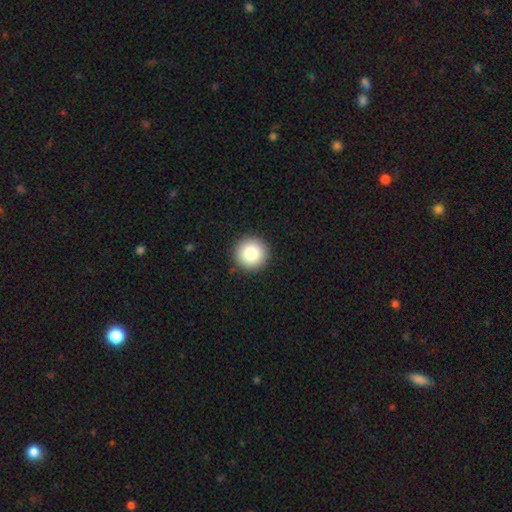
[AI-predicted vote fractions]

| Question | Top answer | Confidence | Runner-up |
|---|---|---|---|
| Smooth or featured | smooth | 84% | star or artifact (9%) |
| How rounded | round | 97% | in between (2%) |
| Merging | none | 94% | minor disturbance (4%) |